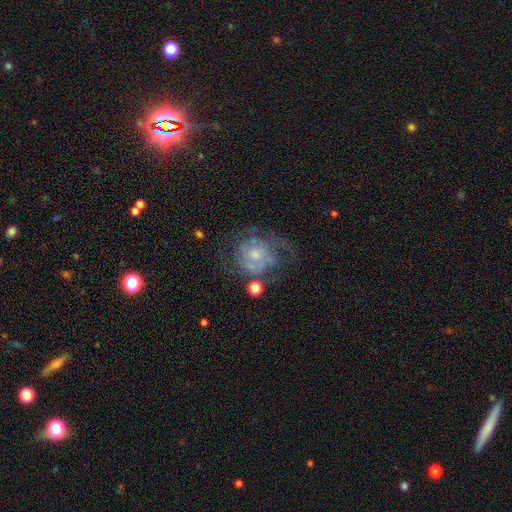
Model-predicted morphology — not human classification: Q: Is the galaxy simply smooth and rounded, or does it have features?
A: featured or disk — 71%.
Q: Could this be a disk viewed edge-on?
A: no — 98%.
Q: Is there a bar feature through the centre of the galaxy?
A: no — 79%.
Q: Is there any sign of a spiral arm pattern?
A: yes — 77%.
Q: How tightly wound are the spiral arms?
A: tight — 52%.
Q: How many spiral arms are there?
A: can't tell — 43%.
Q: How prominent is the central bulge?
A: small — 54%.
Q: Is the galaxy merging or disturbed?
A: none — 51%.